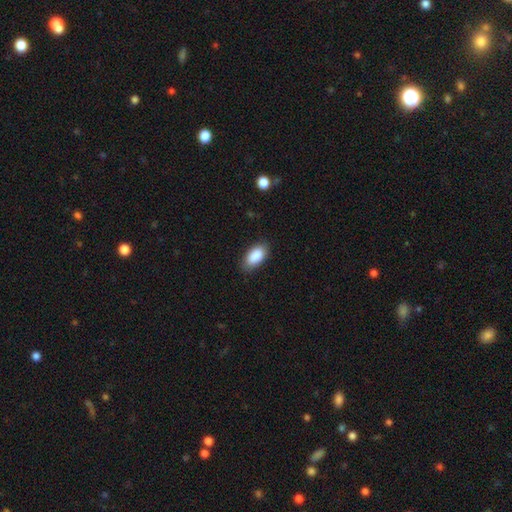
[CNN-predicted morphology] This appears to be a smooth galaxy with no disk features (88%) that is in between round and cigar-shaped (93%). Merging: none (83%).